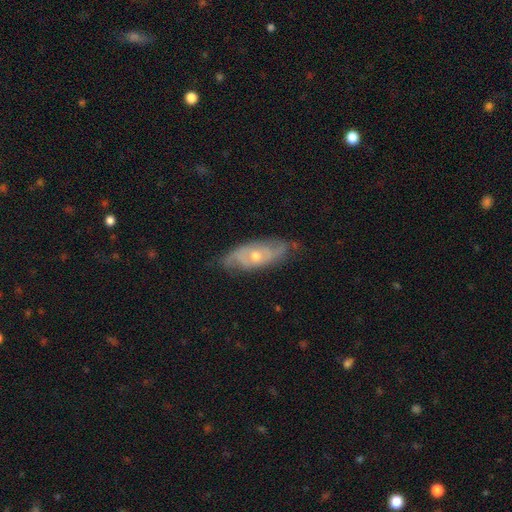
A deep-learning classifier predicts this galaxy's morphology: A featured or disk galaxy (73%) with no bar (76%), 2 (51%) tight (44%) spiral arms (83%) and a moderate central bulge (57%). Merging: none (69%).